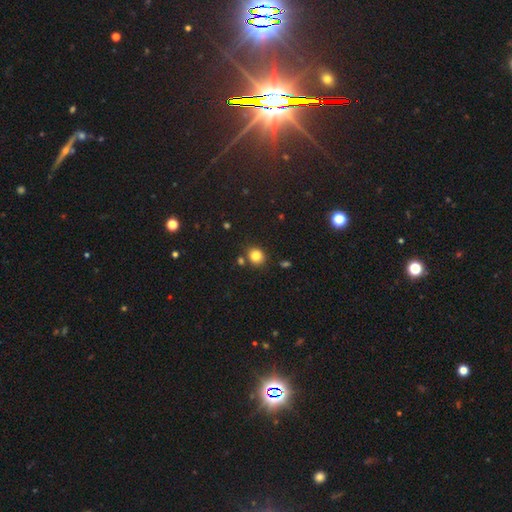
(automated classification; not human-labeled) Smooth or featured? smooth (83%)
How rounded? round (77%)
Merging? none (78%)